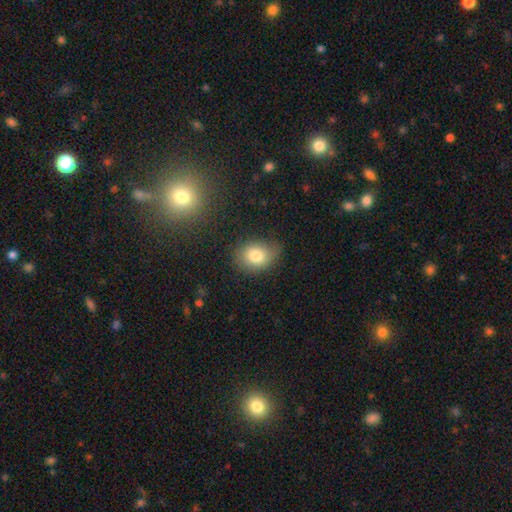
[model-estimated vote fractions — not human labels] This is clearly a smooth galaxy (80%). How rounded: possibly in between (54%). Merging: likely none (74%).